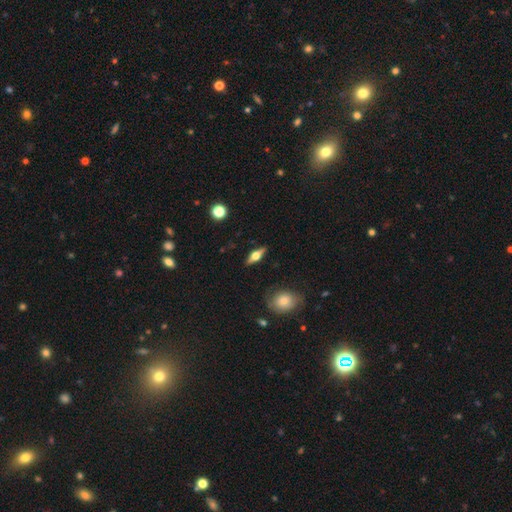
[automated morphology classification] The model was most divided on "smooth or featured": featured or disk: 61%, smooth: 33%, star or artifact: 7%. More confident: edge-on bulge — rounded (94%); edge-on disk — yes (93%); merging — none (87%).